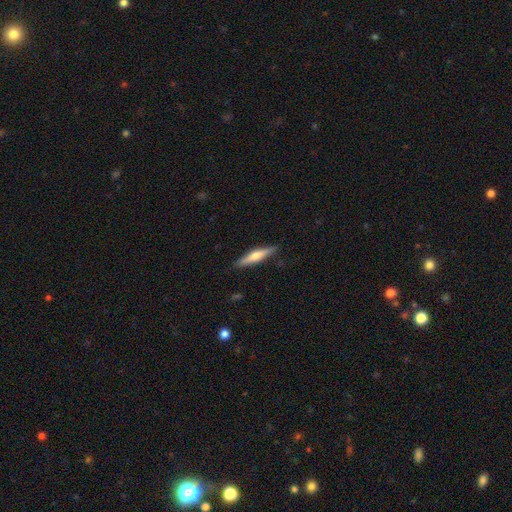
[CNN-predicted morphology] The model was most divided on "smooth or featured": featured or disk: 52%, smooth: 42%, star or artifact: 5%. More confident: edge-on disk — yes (95%); merging — none (89%).